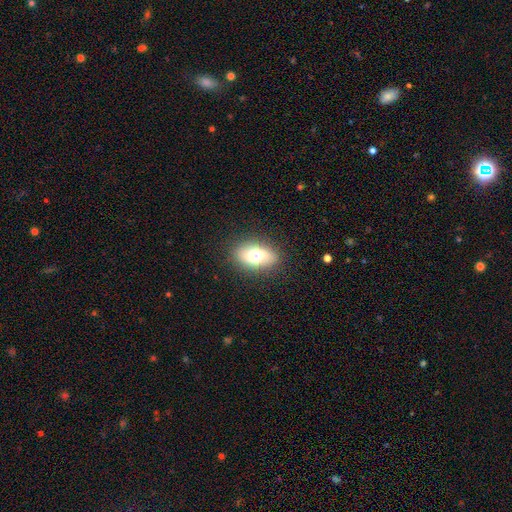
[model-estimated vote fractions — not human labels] Smooth or featured? Predicted: smooth (p=0.68). How rounded? Predicted: in between (p=0.87). Merging? Predicted: none (p=0.85).